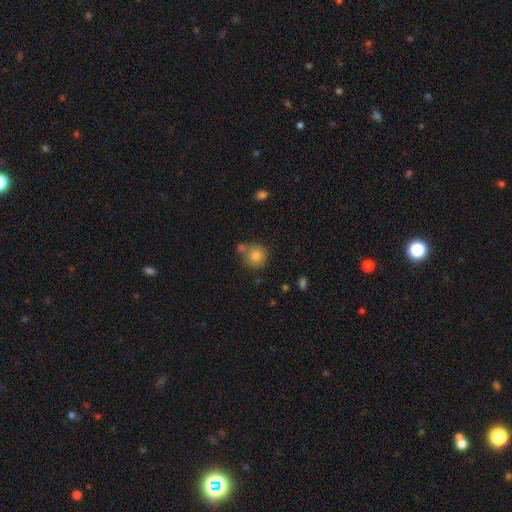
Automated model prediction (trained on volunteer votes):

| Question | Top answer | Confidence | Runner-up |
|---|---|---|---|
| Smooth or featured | smooth | 80% | featured or disk (10%) |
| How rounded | round | 90% | in between (9%) |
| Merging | none | 60% | merger (23%) |